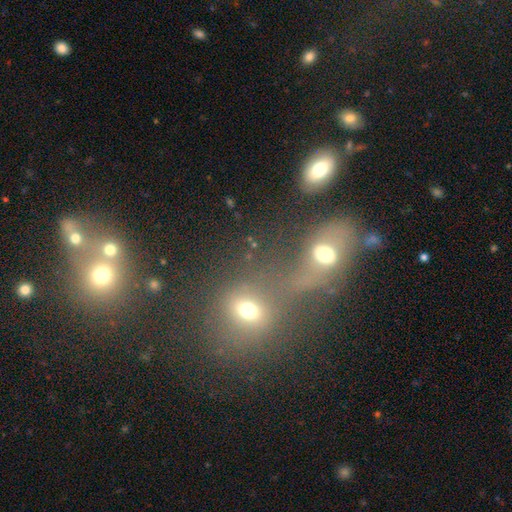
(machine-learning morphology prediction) A smooth galaxy with no disk features (48%). Merging: merger (44%).